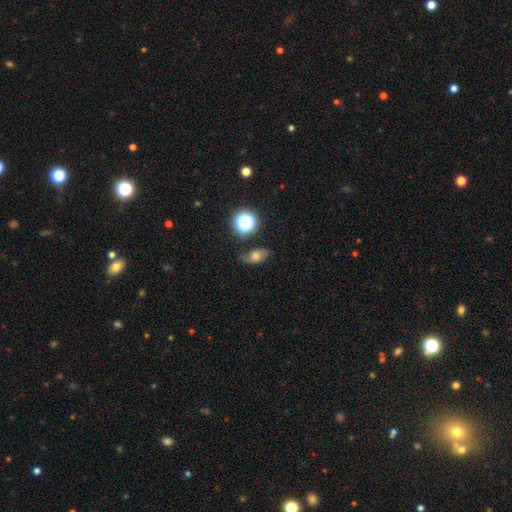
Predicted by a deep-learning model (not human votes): Smooth or featured?
  - smooth: 42% *
  - featured or disk: 36%
  - star or artifact: 22%
Merging?
  - none: 70% *
  - minor disturbance: 20%
  - major disturbance: 7%
  - merger: 3%